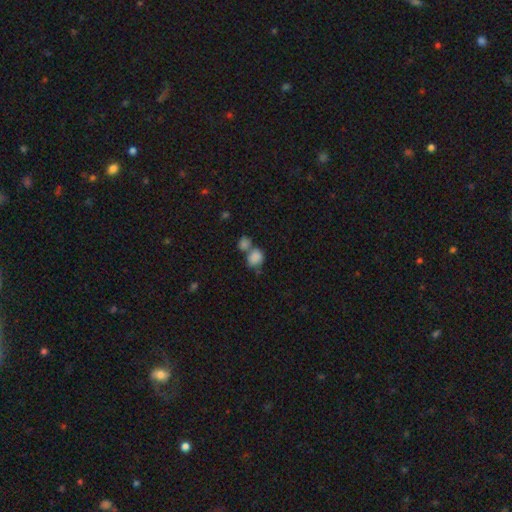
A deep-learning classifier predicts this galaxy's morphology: Smooth or featured: smooth — 83% (star or artifact — 9%)
How rounded: round — 56% (in between — 42%)
Merging: merger — 54% (none — 30%)